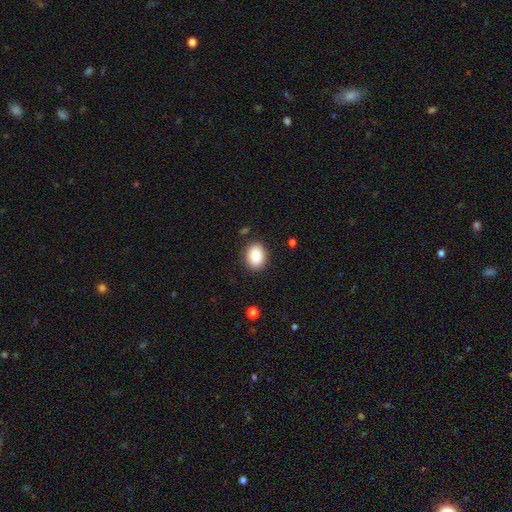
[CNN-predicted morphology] Overall: smooth (88%). How rounded: in between (63%; round 36%). Merging: none (87%).